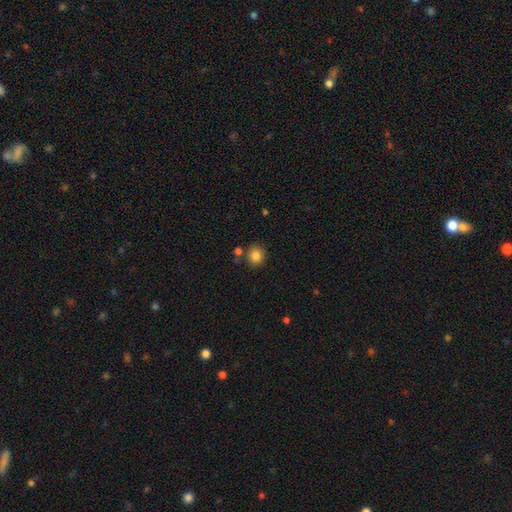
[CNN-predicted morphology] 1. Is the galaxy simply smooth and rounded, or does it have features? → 84% smooth, 10% star or artifact, 6% featured or disk.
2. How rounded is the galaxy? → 83% round, 16% in between, 1% cigar-shaped.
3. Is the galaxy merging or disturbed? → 81% none, 9% minor disturbance, 7% merger, 3% major disturbance.